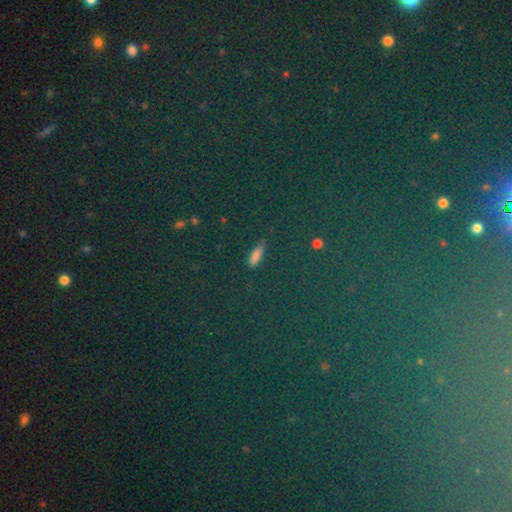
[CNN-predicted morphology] This is likely a smooth galaxy (69%). How rounded: possibly cigar-shaped (58%). Merging: clearly none (85%).